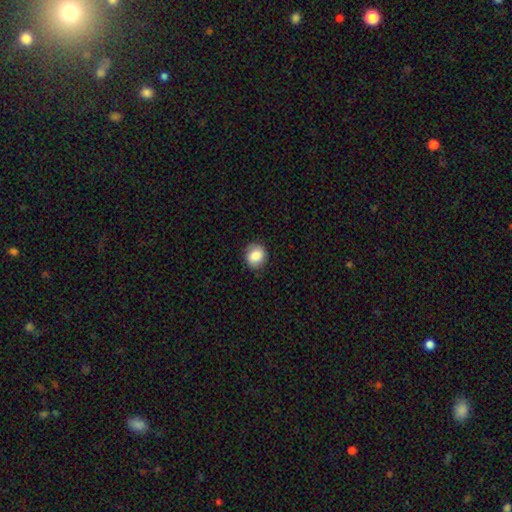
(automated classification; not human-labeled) Overall: smooth (85%). How rounded: round (76%). Merging: none (85%).